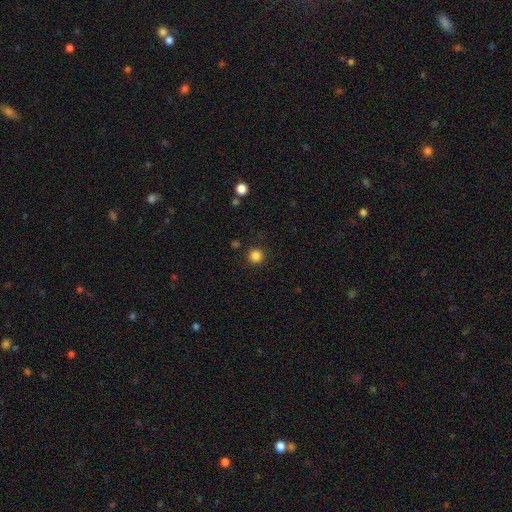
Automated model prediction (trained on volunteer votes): Smooth or featured?
  - smooth: 84% *
  - star or artifact: 12%
  - featured or disk: 3%
How rounded?
  - round: 96% *
  - in between: 3%
  - cigar-shaped: 1%
Merging?
  - none: 90% *
  - minor disturbance: 6%
  - major disturbance: 2%
  - merger: 2%